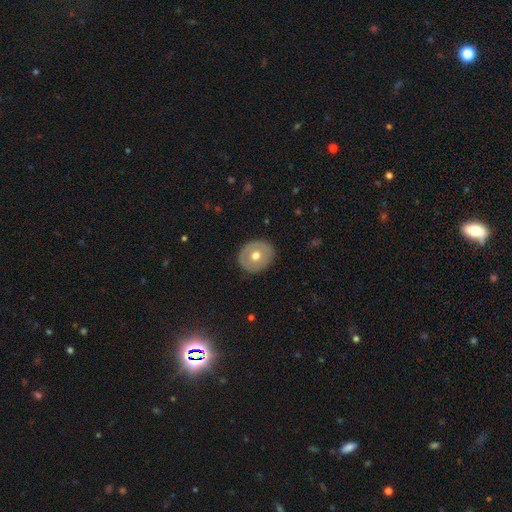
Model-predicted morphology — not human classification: Smooth or featured: smooth — 53% (featured or disk — 41%)
How rounded: round — 76% (in between — 23%)
Merging: none — 87% (minor disturbance — 10%)